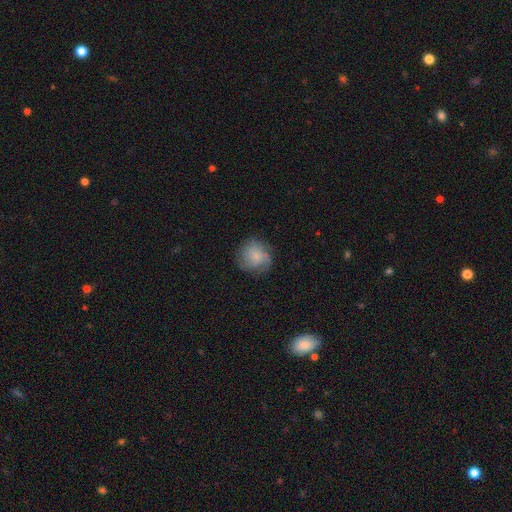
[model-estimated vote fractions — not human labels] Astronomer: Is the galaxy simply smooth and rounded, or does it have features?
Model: smooth — 63%.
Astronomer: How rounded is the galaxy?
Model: round — 86%.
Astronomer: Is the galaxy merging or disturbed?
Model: none — 70%.